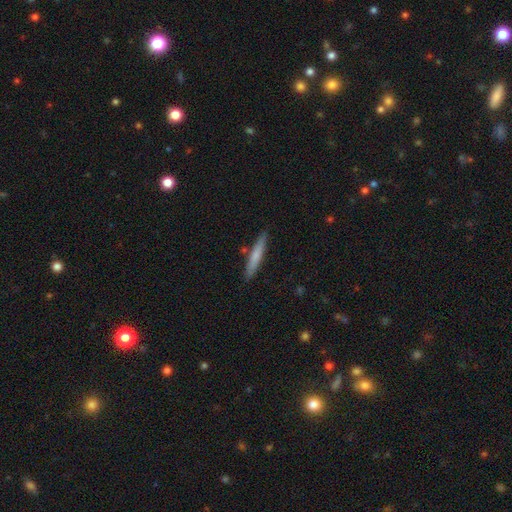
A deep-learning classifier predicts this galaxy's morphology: Smooth or featured? Predicted: smooth (p=0.67). How rounded? Predicted: cigar-shaped (p=0.94). Merging? Predicted: none (p=0.86).